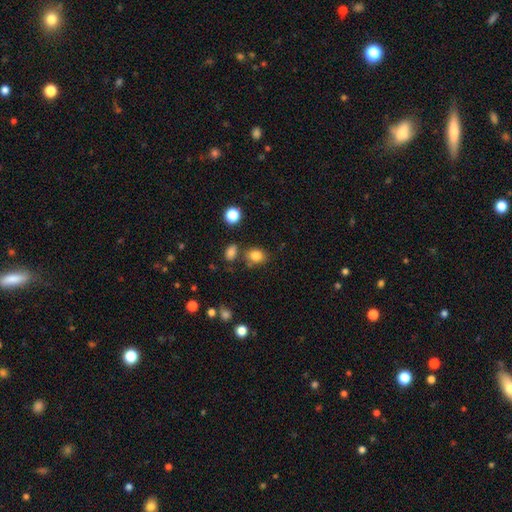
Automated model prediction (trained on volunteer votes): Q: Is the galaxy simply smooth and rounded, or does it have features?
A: smooth — 83%.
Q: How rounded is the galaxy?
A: round — 51%.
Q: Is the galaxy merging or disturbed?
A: none — 73%.